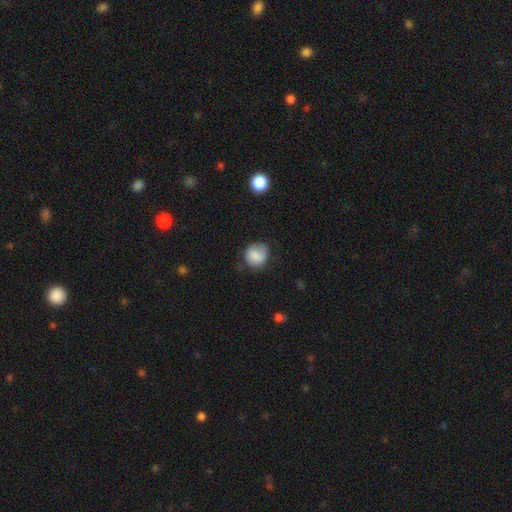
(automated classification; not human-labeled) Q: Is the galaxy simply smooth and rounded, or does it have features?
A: smooth — 83%.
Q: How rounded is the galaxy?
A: round — 84%.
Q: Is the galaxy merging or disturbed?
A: none — 64%.